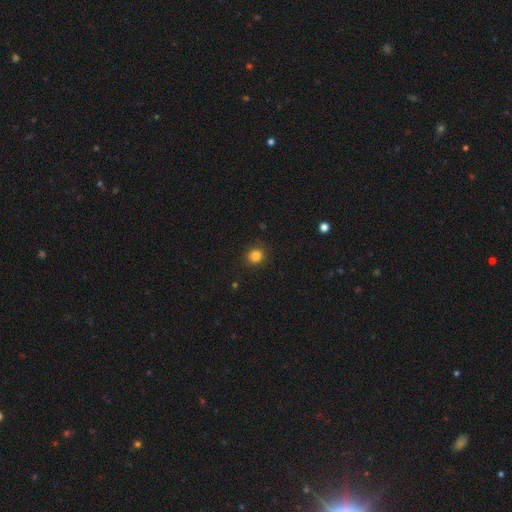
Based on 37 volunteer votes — This appears to be a smooth galaxy with no disk features (92%) that is round (88%). Merging: none (88%).